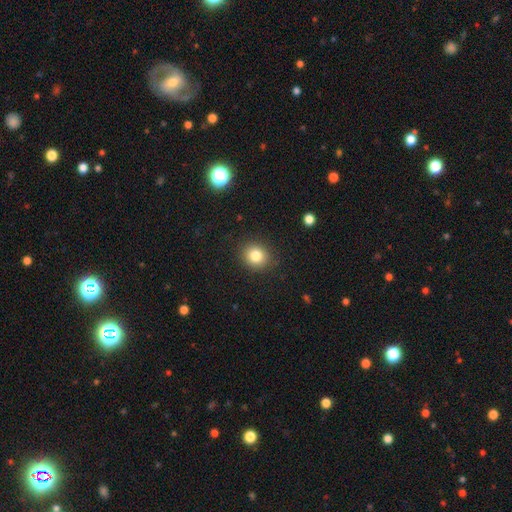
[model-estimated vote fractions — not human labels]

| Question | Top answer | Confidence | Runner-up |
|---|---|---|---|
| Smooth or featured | smooth | 82% | star or artifact (11%) |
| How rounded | round | 79% | in between (20%) |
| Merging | none | 89% | minor disturbance (7%) |